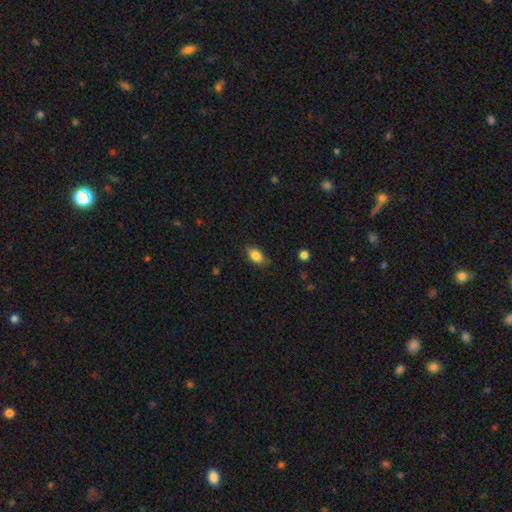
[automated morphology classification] smooth_or_featured: smooth (p=0.83) [alt: featured or disk p=0.09]
how_rounded: in between (p=0.87) [alt: round p=0.08]
merging: none (p=0.82) [alt: minor disturbance p=0.14]